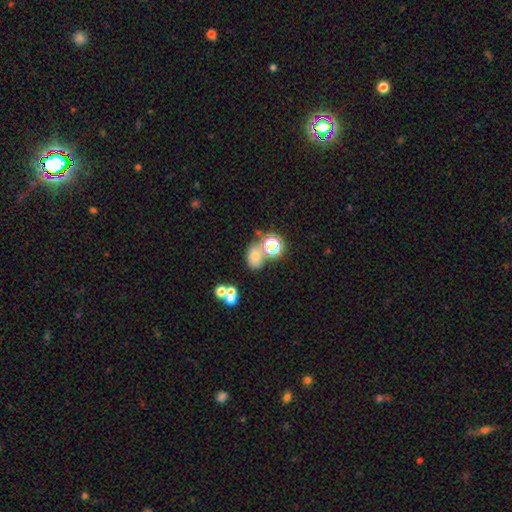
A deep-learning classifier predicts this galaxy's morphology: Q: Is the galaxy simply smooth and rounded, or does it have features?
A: smooth — 62%.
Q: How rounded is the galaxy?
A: in between — 57%.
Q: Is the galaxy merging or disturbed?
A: none — 54%.